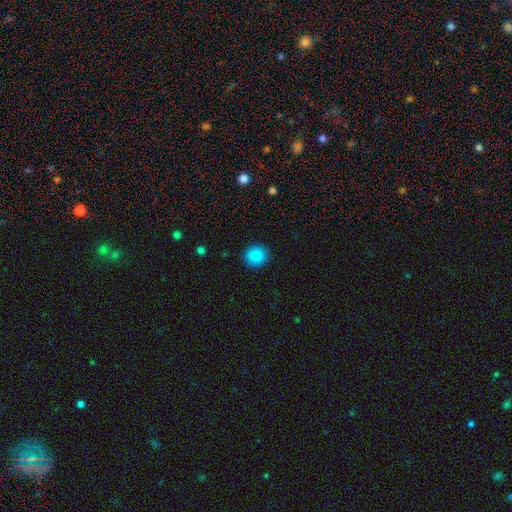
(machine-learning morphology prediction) type=smooth (88%); roundness=round (87%); merging=none (90%).